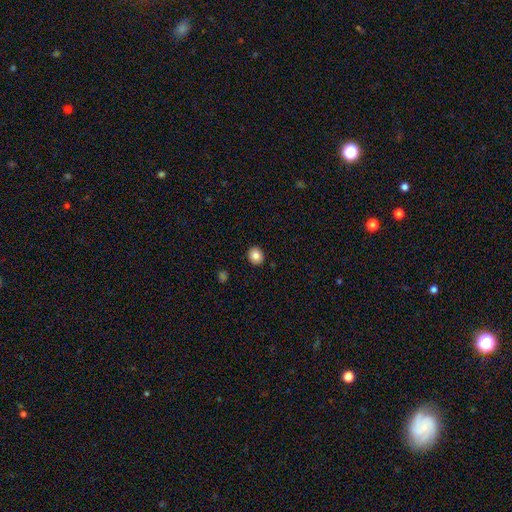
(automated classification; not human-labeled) Smooth or featured: smooth — 84% (star or artifact — 9%)
How rounded: round — 73% (in between — 26%)
Merging: none — 91% (minor disturbance — 6%)